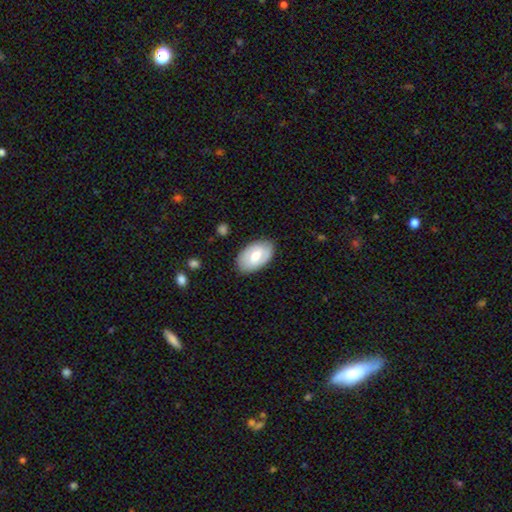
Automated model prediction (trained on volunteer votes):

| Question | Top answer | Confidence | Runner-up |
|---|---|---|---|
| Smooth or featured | smooth | 57% | featured or disk (37%) |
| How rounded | in between | 91% | round (8%) |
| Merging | none | 82% | minor disturbance (14%) |